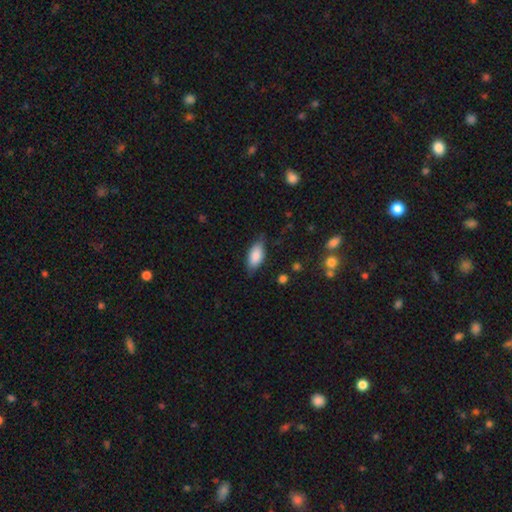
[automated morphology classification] This is clearly a smooth galaxy (84%). How rounded: clearly in between (89%). Merging: likely none (73%).